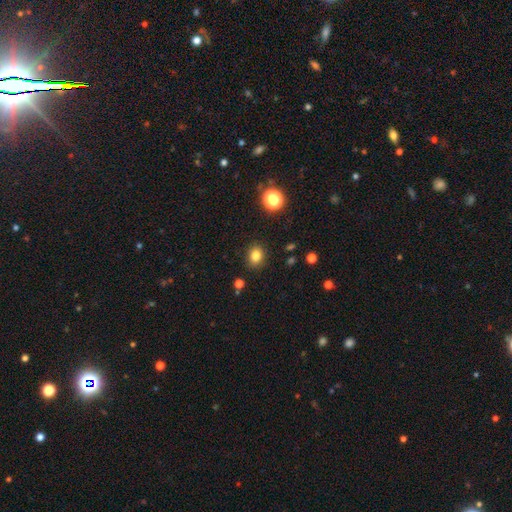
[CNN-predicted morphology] type=smooth (82%); roundness=round (54%); merging=none (87%).